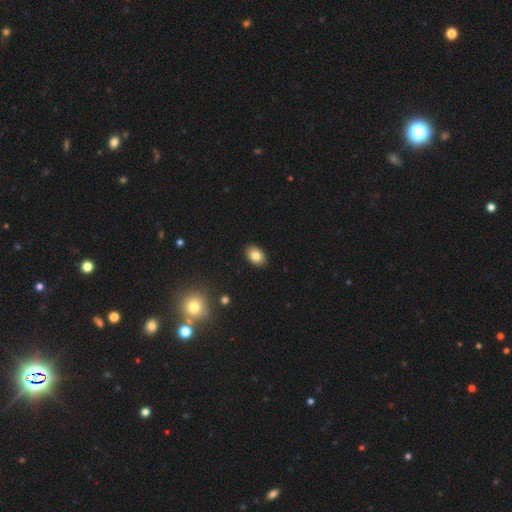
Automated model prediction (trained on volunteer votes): A smooth galaxy with no disk features (82%) that is in between round and cigar-shaped (82%). Merging: none (90%).